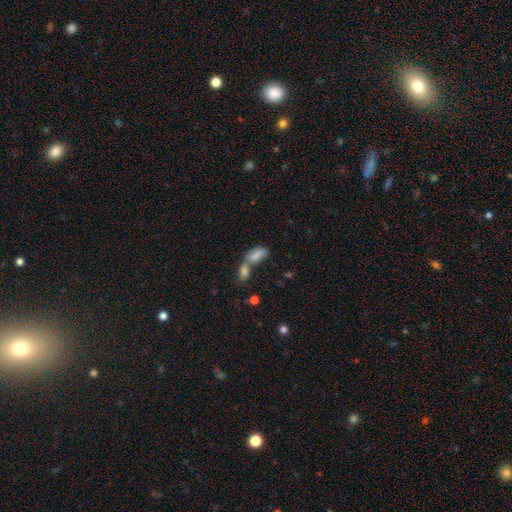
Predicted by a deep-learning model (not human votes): Morphology: type=smooth (81%); roundness=in between (89%); merging=merger (66%).